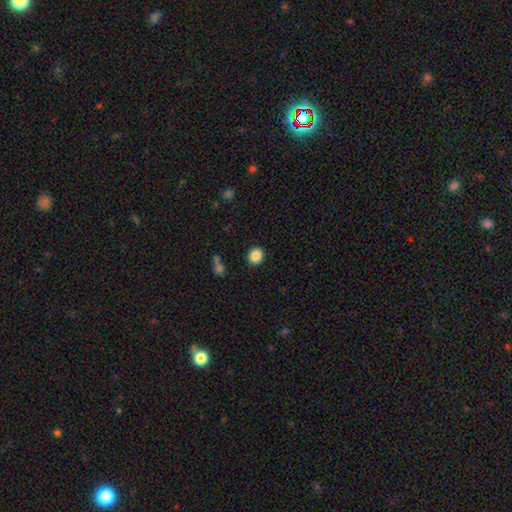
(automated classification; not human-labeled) smooth 87%, star or artifact 9%, featured or disk 3%. Down the decision tree: how rounded — round (83%); merging — none (90%).